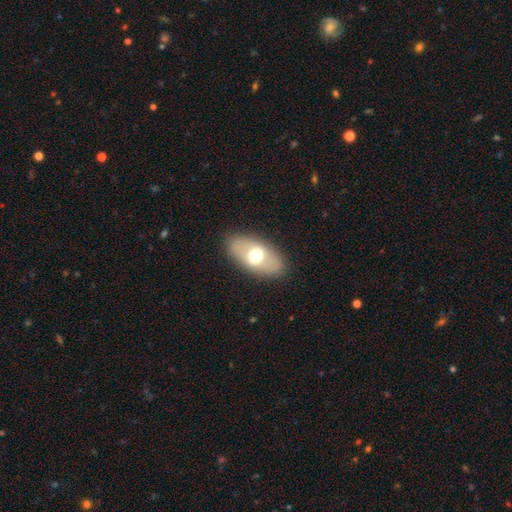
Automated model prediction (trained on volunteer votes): smooth_or_featured: smooth (p=0.57) [alt: featured or disk p=0.35]
how_rounded: in between (p=0.90) [alt: round p=0.07]
merging: none (p=0.86) [alt: minor disturbance p=0.10]